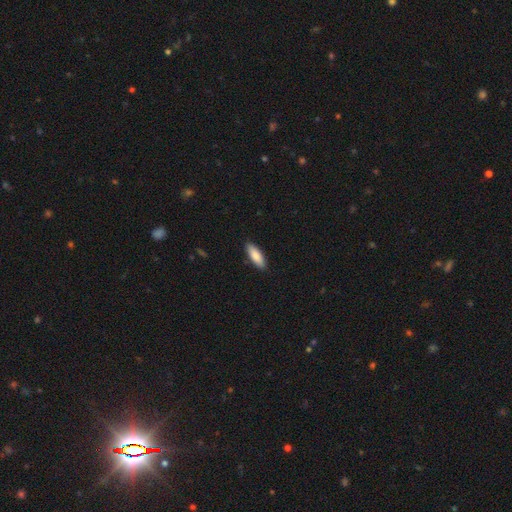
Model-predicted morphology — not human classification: Smooth or featured? smooth (83%)
How rounded? in between (62%)
Merging? none (89%)